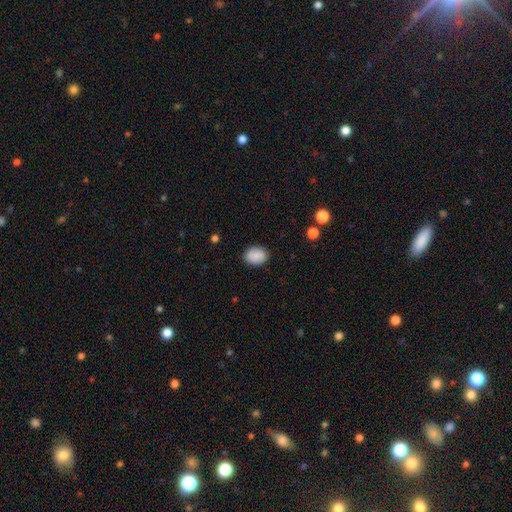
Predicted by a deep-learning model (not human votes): The model was most divided on "how rounded": in between: 66%, round: 32%, cigar-shaped: 1%. More confident: smooth or featured — smooth (87%); merging — none (87%).